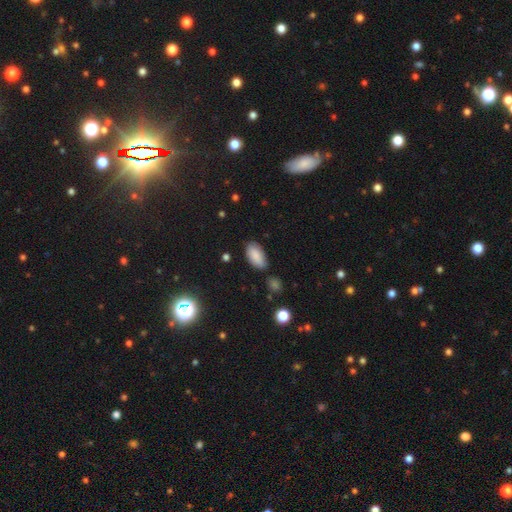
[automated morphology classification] type=smooth (87%); roundness=in between (94%); merging=none (75%).